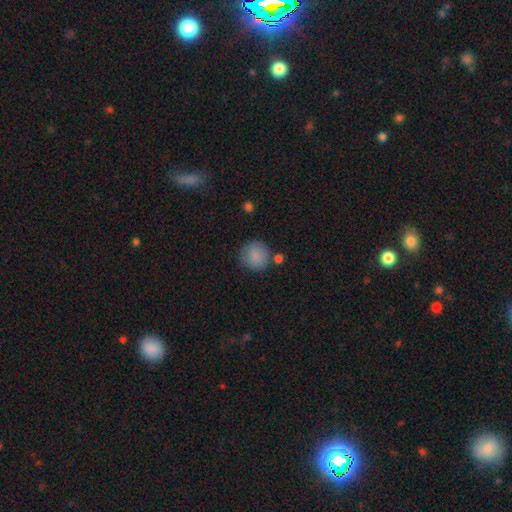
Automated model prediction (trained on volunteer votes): smooth_or_featured: smooth (p=0.87) [alt: star or artifact p=0.07]
how_rounded: round (p=0.93) [alt: in between p=0.06]
merging: none (p=0.76) [alt: minor disturbance p=0.13]